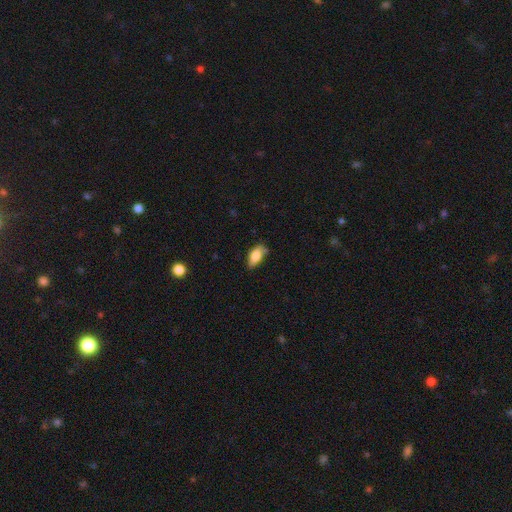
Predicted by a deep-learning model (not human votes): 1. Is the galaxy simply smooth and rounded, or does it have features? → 78% smooth, 15% featured or disk, 7% star or artifact.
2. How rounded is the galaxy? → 86% in between, 11% cigar-shaped, 3% round.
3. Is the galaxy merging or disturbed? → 67% none, 25% minor disturbance, 5% major disturbance, 4% merger.